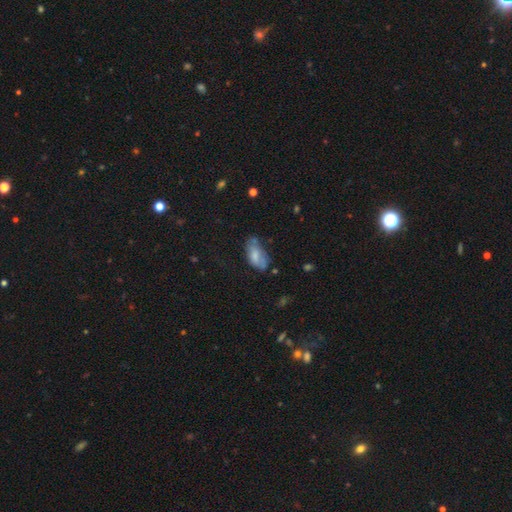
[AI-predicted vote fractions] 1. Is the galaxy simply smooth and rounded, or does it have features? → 67% smooth, 25% featured or disk, 8% star or artifact.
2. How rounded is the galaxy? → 91% in between, 5% cigar-shaped, 3% round.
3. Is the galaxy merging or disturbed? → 44% none, 33% minor disturbance, 15% major disturbance, 8% merger.